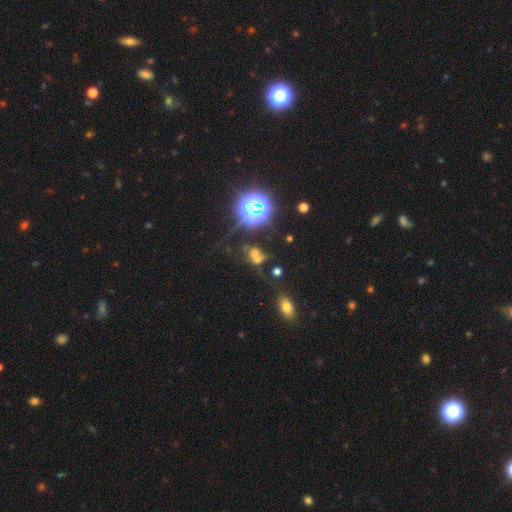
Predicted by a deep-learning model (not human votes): star or artifact 42%, smooth 41%, featured or disk 17%.